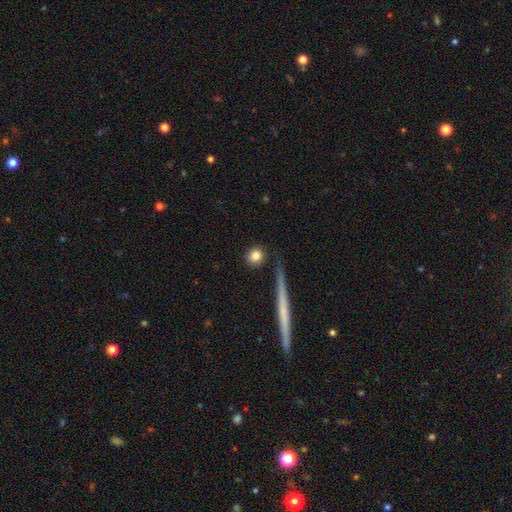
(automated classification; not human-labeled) Q: Smooth or featured?
A: smooth (83%); runner-up: star or artifact (9%)
Q: How rounded?
A: round (86%); runner-up: in between (10%)
Q: Merging?
A: none (85%); runner-up: minor disturbance (8%)